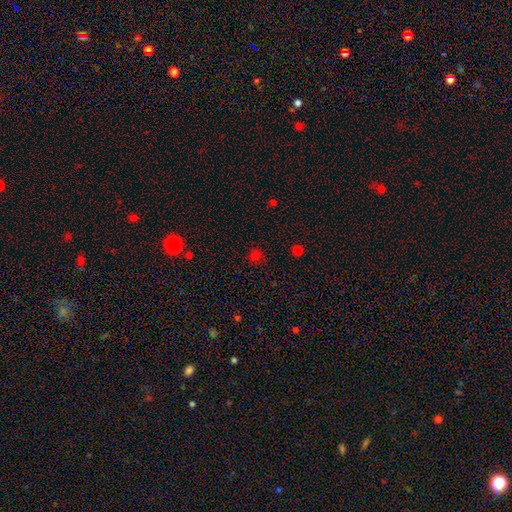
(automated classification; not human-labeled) smooth 61%, star or artifact 34%, featured or disk 5%. Down the decision tree: how rounded — round (88%); merging — none (83%).